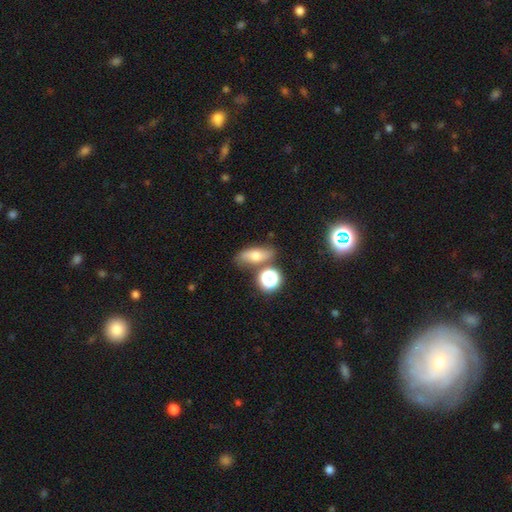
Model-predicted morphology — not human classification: This is possibly a smooth galaxy (60%). How rounded: likely in between (62%). Merging: likely none (70%).